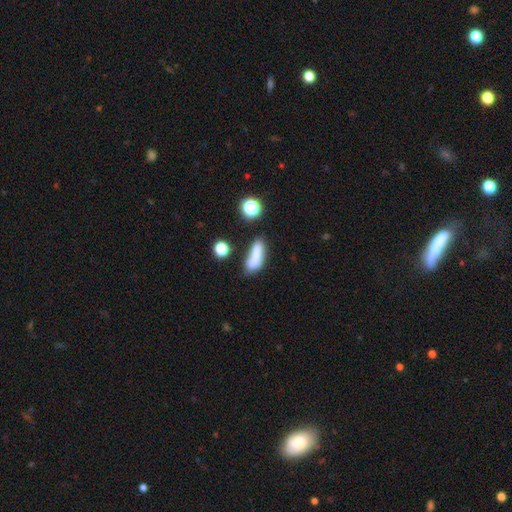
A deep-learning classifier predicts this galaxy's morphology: This appears to be a smooth galaxy with no disk features (72%) that is in between round and cigar-shaped (59%). Merging: none (45%).